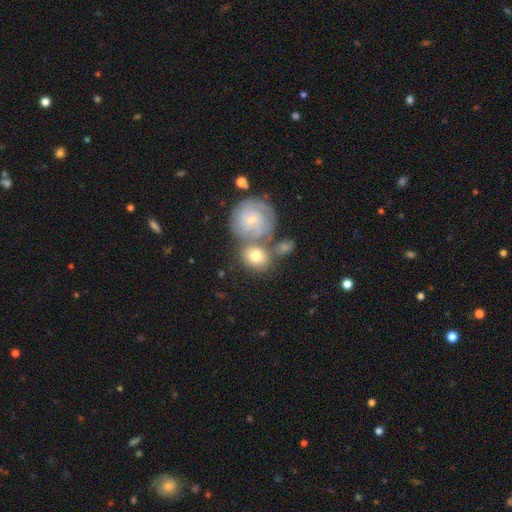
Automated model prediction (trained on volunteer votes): smooth_or_featured: smooth (p=0.51) [alt: featured or disk p=0.42]
how_rounded: round (p=0.68) [alt: in between p=0.31]
merging: none (p=0.48) [alt: merger p=0.31]